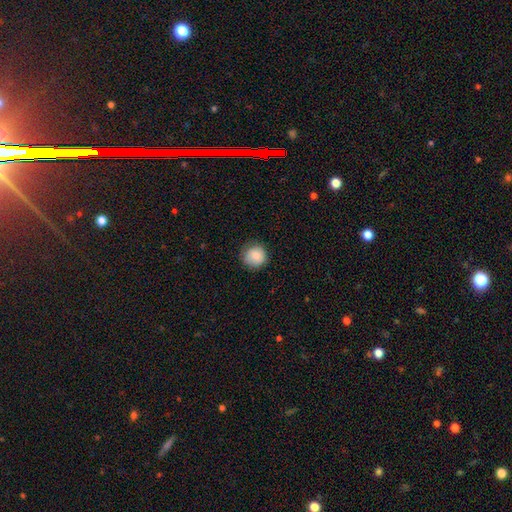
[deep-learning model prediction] smooth 83%, featured or disk 8%, star or artifact 8%. Down the decision tree: how rounded — round (94%); merging — none (85%).